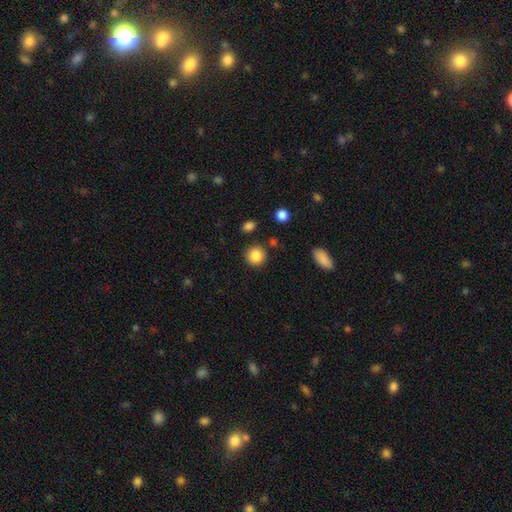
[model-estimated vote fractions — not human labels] Q: Smooth or featured?
A: smooth (87%); runner-up: star or artifact (9%)
Q: How rounded?
A: round (91%); runner-up: in between (9%)
Q: Merging?
A: none (87%); runner-up: minor disturbance (7%)